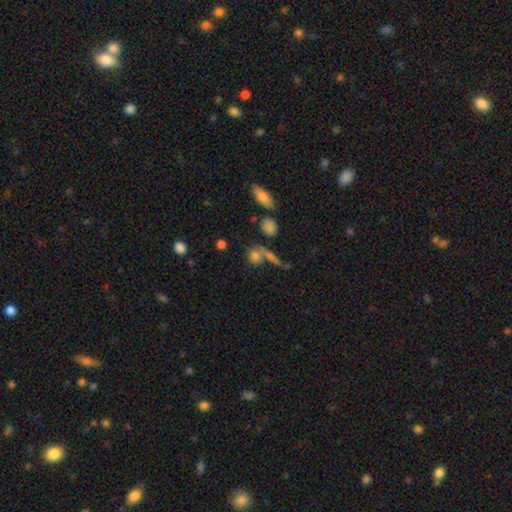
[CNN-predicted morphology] This appears to be a smooth galaxy with no disk features (72%) that is round (61%). Merging: none (43%).